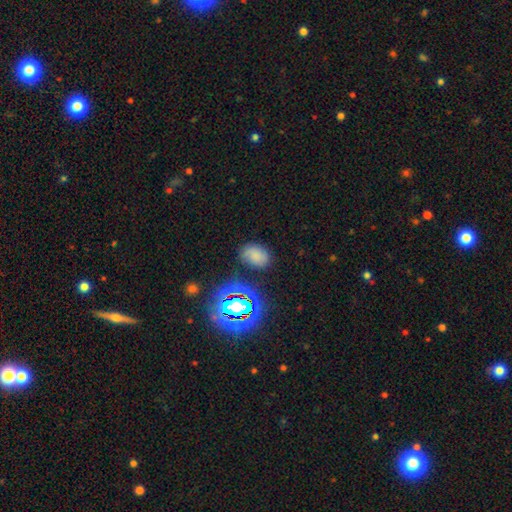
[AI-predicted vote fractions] Morphology: type=smooth (64%); roundness=in between (79%); merging=none (69%).